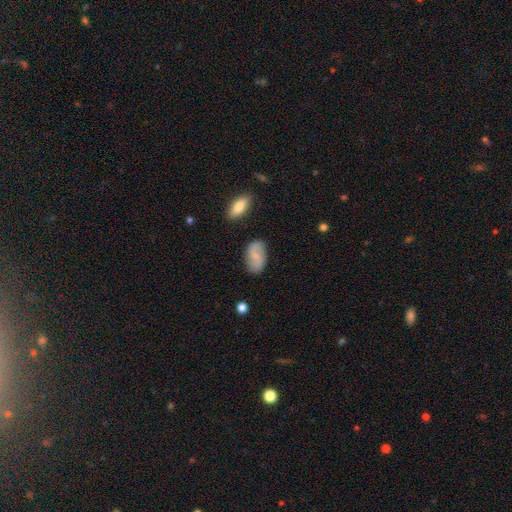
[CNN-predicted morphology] A smooth galaxy with no disk features (50%) that is in between round and cigar-shaped (90%). Merging: none (78%).